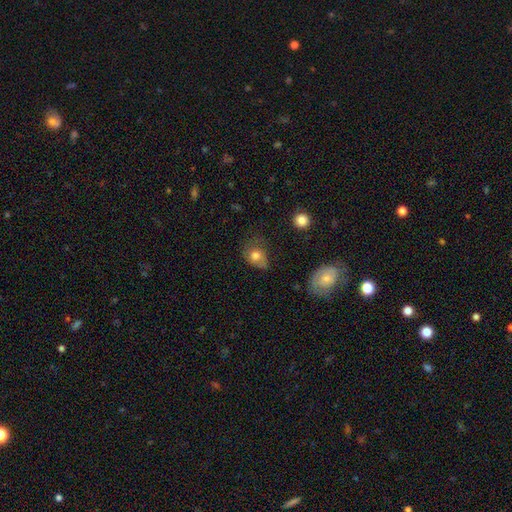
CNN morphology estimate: Overall: smooth (73%). How rounded: round (54%; in between 45%). Merging: none (37%; minor disturbance 34%).